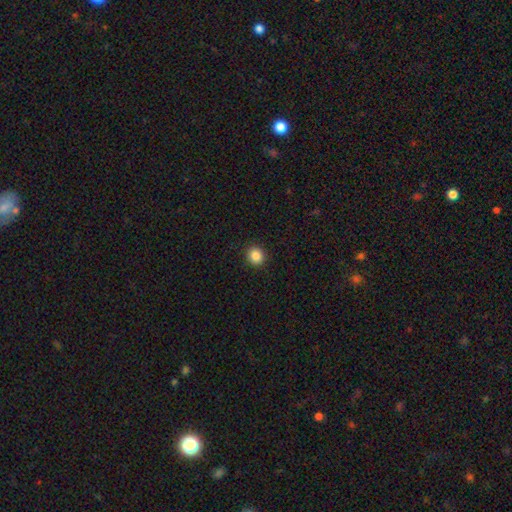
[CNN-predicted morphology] A smooth galaxy with no disk features (87%) that is round (88%).

Vote fractions:
- Smooth or featured? smooth: 87% / star or artifact: 10% / featured or disk: 4%
- How rounded? round: 88% / in between: 11% / cigar-shaped: 1%
- Merging? none: 92% / minor disturbance: 5% / major disturbance: 2% / merger: 1%